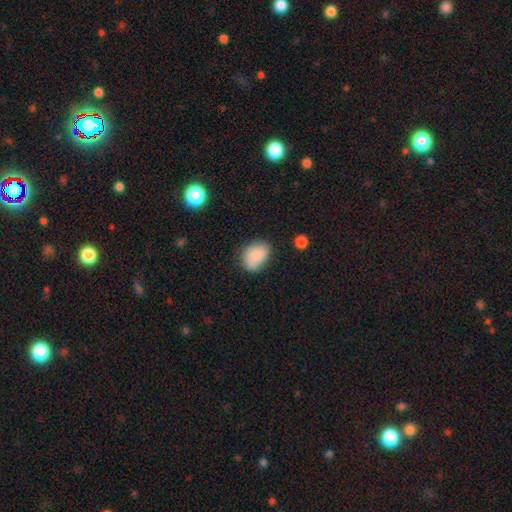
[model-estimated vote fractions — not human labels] The model was most divided on "merging": none: 68%, minor disturbance: 24%, major disturbance: 5%, merger: 3%. More confident: smooth or featured — smooth (85%); how rounded — in between (74%).